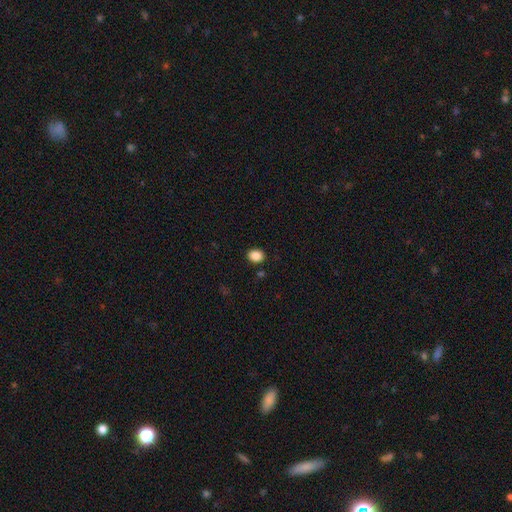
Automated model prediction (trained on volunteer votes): Overall: smooth (88%). How rounded: in between (55%; round 44%). Merging: none (87%).